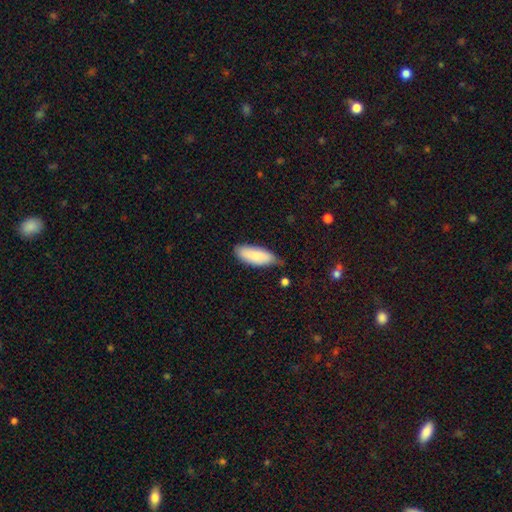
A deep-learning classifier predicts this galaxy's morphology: Smooth or featured? smooth (84%)
How rounded? in between (80%)
Merging? none (54%)